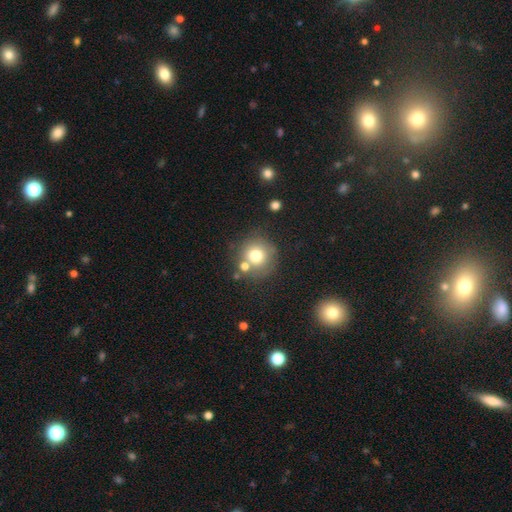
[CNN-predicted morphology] type=smooth (73%); roundness=round (91%); merging=none (66%).